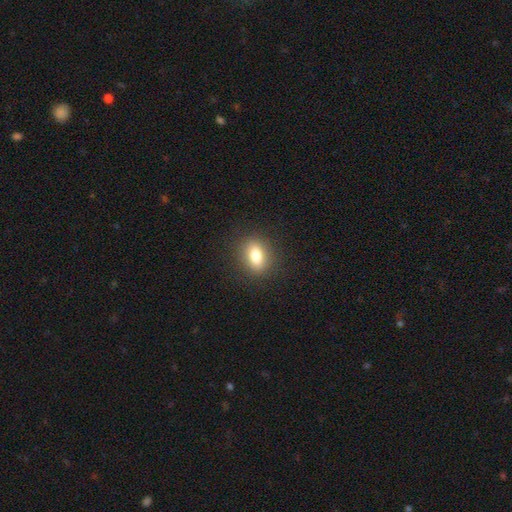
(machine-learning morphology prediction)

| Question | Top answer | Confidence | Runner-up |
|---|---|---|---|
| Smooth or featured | smooth | 79% | featured or disk (11%) |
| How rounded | in between | 70% | round (27%) |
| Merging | none | 88% | minor disturbance (8%) |